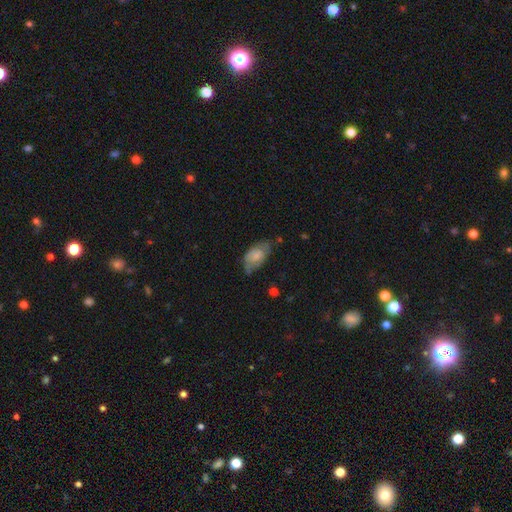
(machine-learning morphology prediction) Smooth or featured?
  - smooth: 67% *
  - featured or disk: 26%
  - star or artifact: 8%
How rounded?
  - in between: 92% *
  - round: 4%
  - cigar-shaped: 3%
Merging?
  - none: 46% *
  - minor disturbance: 36%
  - major disturbance: 15%
  - merger: 3%